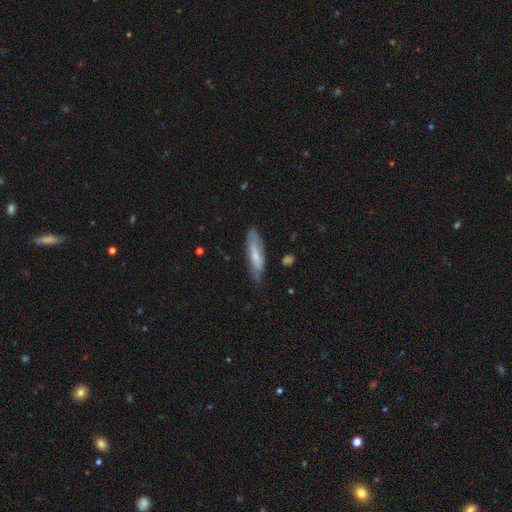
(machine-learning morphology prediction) Smooth or featured?
  - smooth: 53% *
  - featured or disk: 41%
  - star or artifact: 6%
How rounded?
  - cigar-shaped: 62% *
  - in between: 36%
  - round: 2%
Merging?
  - none: 65% *
  - minor disturbance: 26%
  - major disturbance: 6%
  - merger: 2%